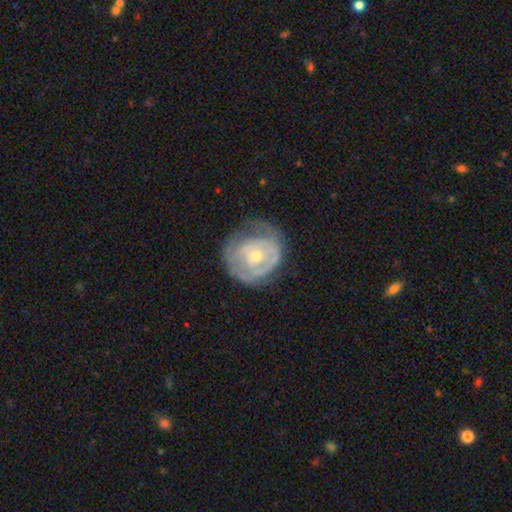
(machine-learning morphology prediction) featured or disk 68%, smooth 26%, star or artifact 6%. Down the decision tree: edge-on disk — no (97%); bar — no (80%); spiral arms — yes (64%); bulge size — small (55%); merging — none (51%).